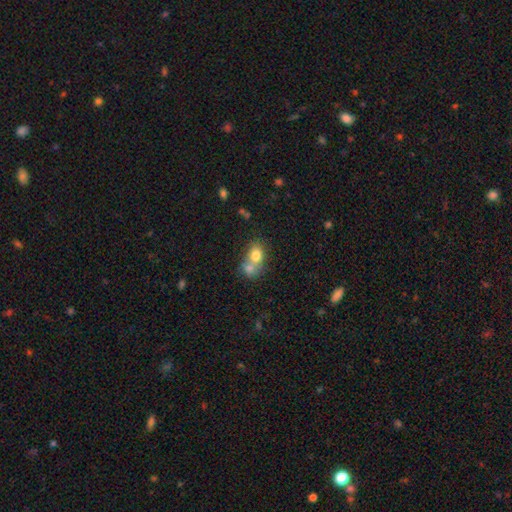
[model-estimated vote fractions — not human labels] Overall: smooth (76%). How rounded: in between (54%; round 45%). Merging: merger (61%; none 27%).